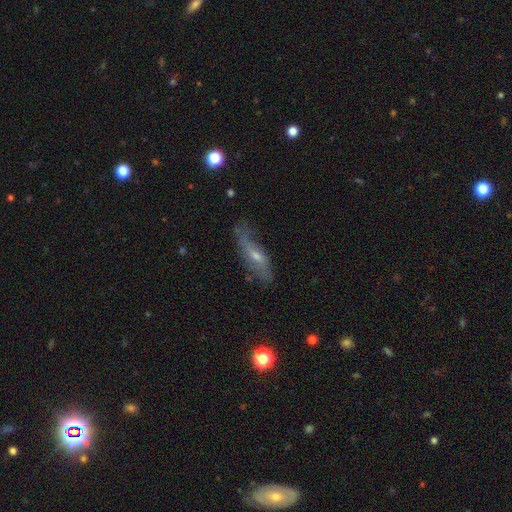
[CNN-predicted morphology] Q: Smooth or featured?
A: featured or disk (59%); runner-up: smooth (30%)
Q: Edge-on disk?
A: no (54%); runner-up: yes (46%)
Q: Merging?
A: none (65%); runner-up: minor disturbance (23%)